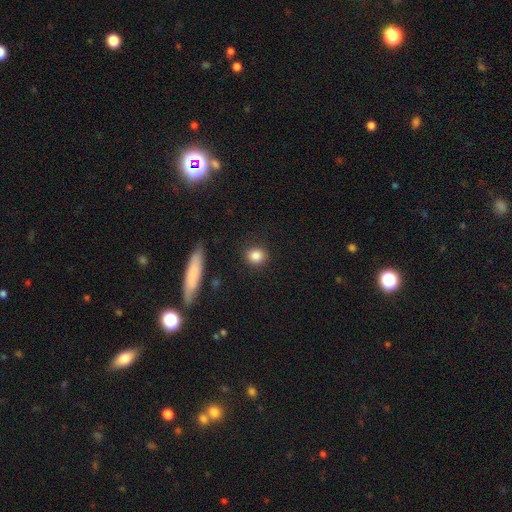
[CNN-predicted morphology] Smooth or featured? smooth (85%)
How rounded? round (82%)
Merging? none (88%)